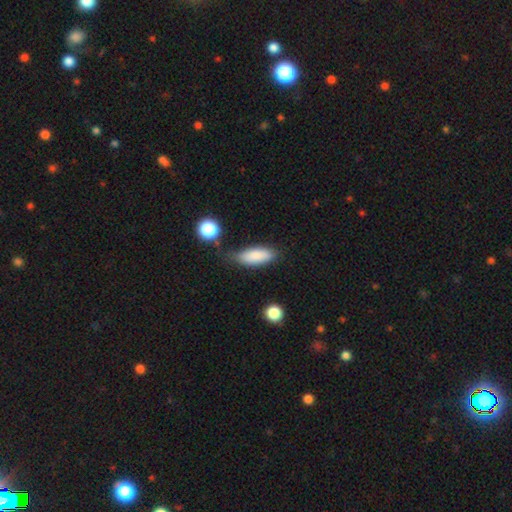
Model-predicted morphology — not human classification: smooth-or-featured: smooth: 84% | featured or disk: 9% | star or artifact: 7%
  how-rounded: in between: 70% | cigar-shaped: 28% | round: 2%
  merging: none: 67% | minor disturbance: 22% | merger: 6% | major disturbance: 6%